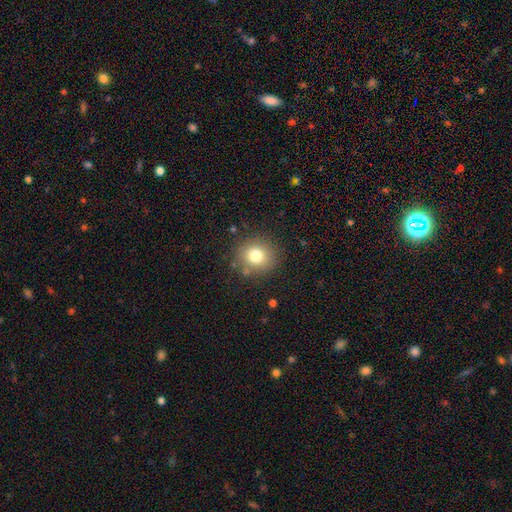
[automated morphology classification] A smooth galaxy with no disk features (78%) that is round (83%). Merging: none (84%).